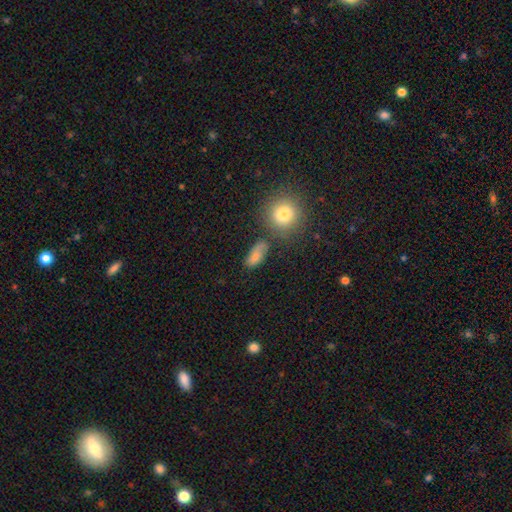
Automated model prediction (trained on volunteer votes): Overall: smooth (76%). How rounded: in between (78%). Merging: none (61%).